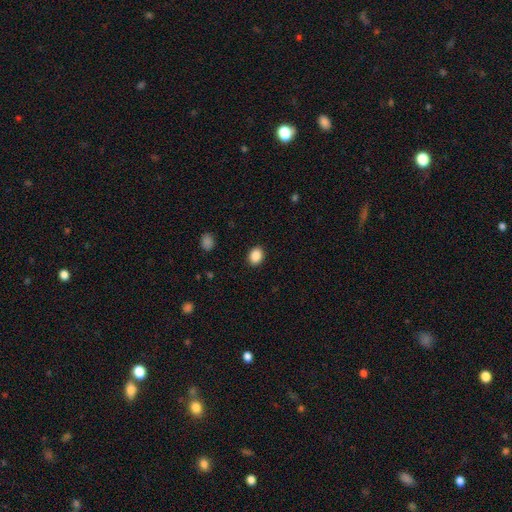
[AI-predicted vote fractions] Q: Smooth or featured?
A: smooth (88%); runner-up: star or artifact (9%)
Q: How rounded?
A: in between (55%); runner-up: round (44%)
Q: Merging?
A: none (90%); runner-up: minor disturbance (7%)